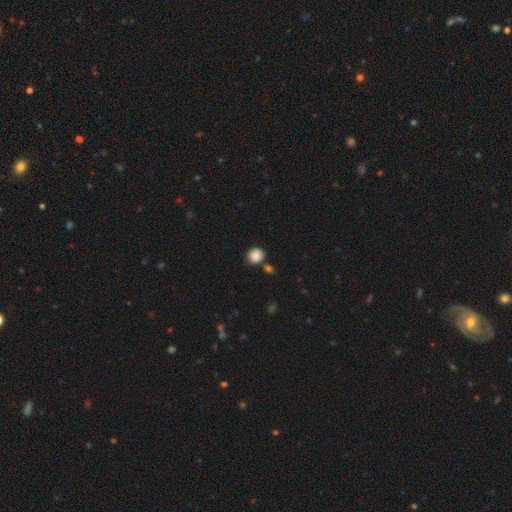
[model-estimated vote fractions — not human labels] smooth 87%, star or artifact 9%, featured or disk 4%. Down the decision tree: how rounded — round (79%); merging — none (75%).